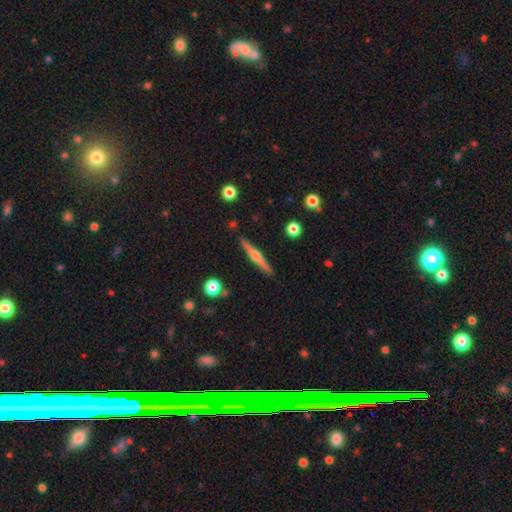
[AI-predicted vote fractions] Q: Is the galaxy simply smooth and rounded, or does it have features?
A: featured or disk — 70%.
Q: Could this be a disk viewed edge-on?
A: yes — 98%.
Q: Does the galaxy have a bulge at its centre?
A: rounded — 90%.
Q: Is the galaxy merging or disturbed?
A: none — 90%.